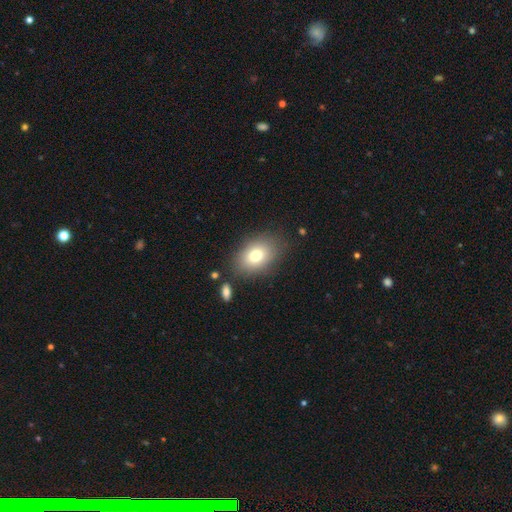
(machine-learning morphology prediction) Q: Smooth or featured?
A: smooth (76%); runner-up: featured or disk (14%)
Q: How rounded?
A: in between (76%); runner-up: round (22%)
Q: Merging?
A: none (80%); runner-up: minor disturbance (12%)